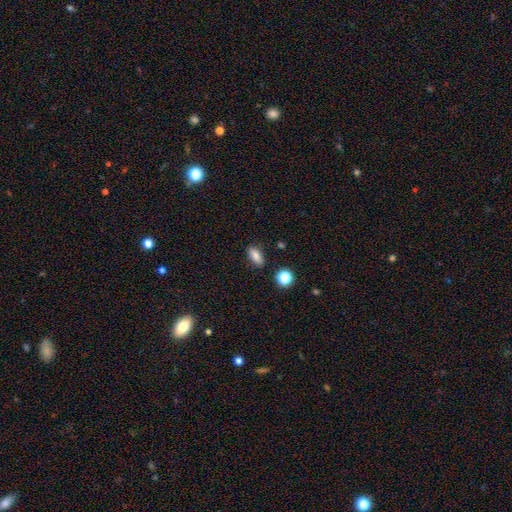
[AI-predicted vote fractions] Smooth or featured: smooth — 83% (star or artifact — 10%)
How rounded: in between — 77% (cigar-shaped — 16%)
Merging: none — 86% (minor disturbance — 9%)